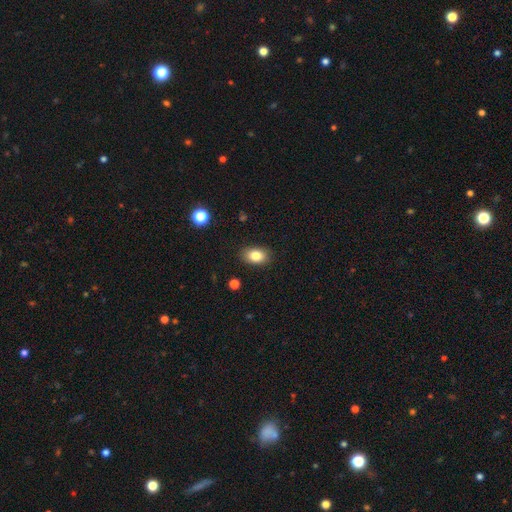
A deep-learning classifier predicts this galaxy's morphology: Smooth or featured? Predicted: smooth (p=0.83). How rounded? Predicted: in between (p=0.84). Merging? Predicted: none (p=0.88).